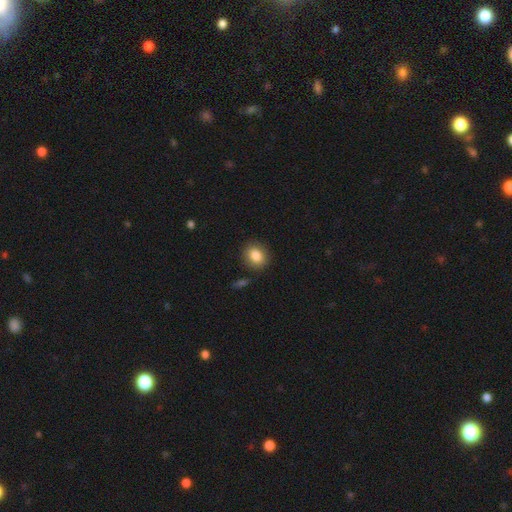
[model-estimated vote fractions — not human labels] Morphology: type=smooth (86%); roundness=round (63%); merging=none (86%).